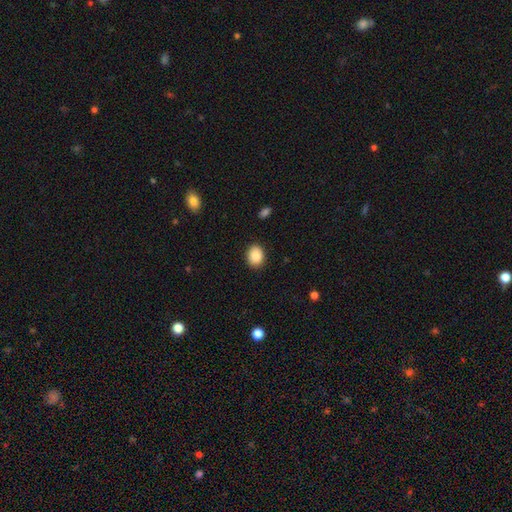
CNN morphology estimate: Smooth or featured: smooth — 89% (star or artifact — 8%)
How rounded: in between — 56% (round — 43%)
Merging: none — 89% (minor disturbance — 8%)